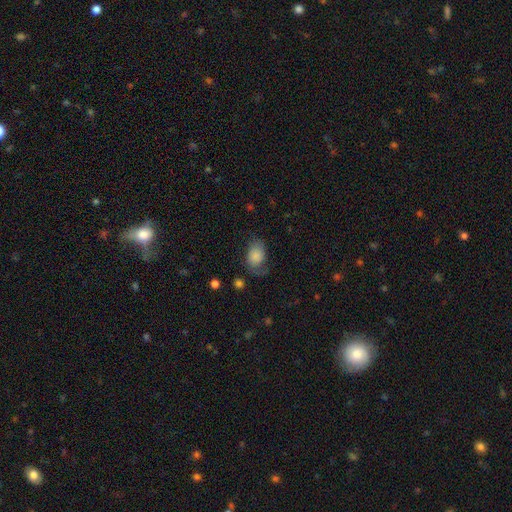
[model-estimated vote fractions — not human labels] Morphology: type=smooth (69%); roundness=in between (73%); merging=none (47%).